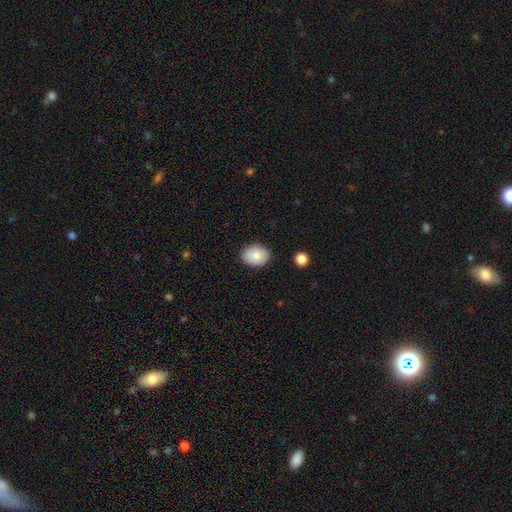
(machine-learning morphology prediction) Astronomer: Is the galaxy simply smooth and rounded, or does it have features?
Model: smooth — 83%.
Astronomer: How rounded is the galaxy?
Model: in between — 56% (runner-up: round, 43%).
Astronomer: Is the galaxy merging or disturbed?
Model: none — 86%.